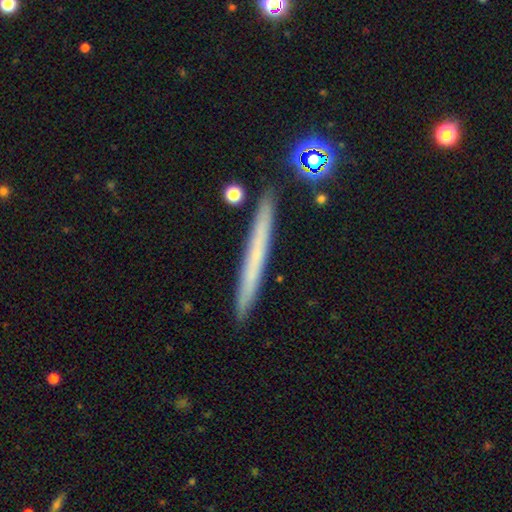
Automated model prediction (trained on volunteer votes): Overall: smooth (54%; featured or disk 37%). How rounded: cigar-shaped (97%). Merging: none (90%).